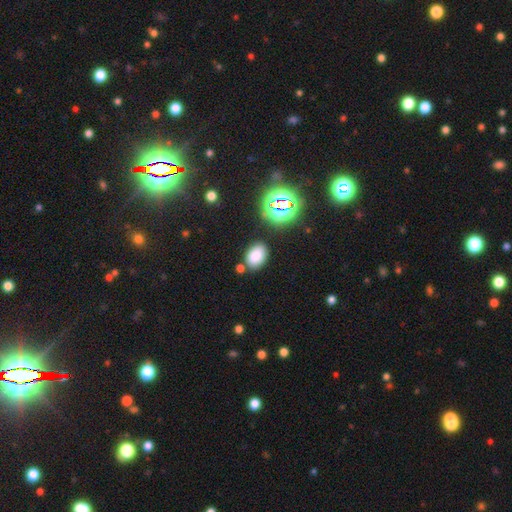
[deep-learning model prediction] Overall: smooth (79%). How rounded: in between (84%). Merging: none (78%).